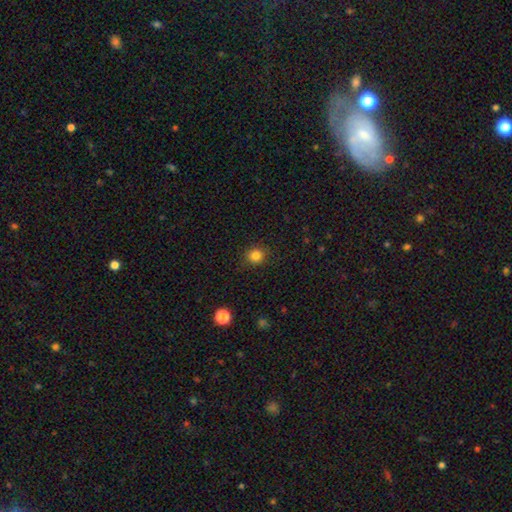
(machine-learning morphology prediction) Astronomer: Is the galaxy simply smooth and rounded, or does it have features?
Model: smooth — 83%.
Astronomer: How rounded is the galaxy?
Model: round — 84%.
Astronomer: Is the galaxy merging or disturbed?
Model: none — 88%.